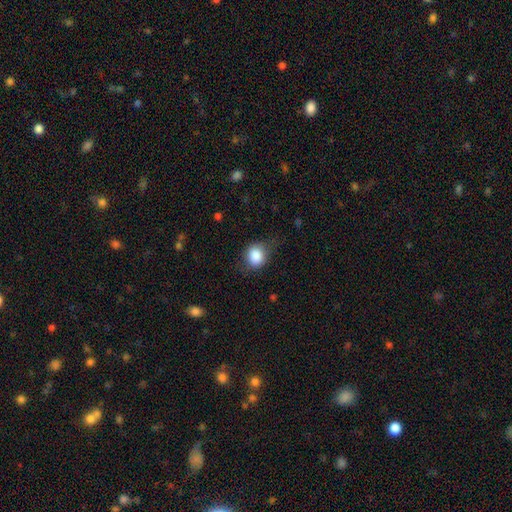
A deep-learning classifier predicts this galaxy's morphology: type=smooth (85%); roundness=round (69%); merging=none (67%).